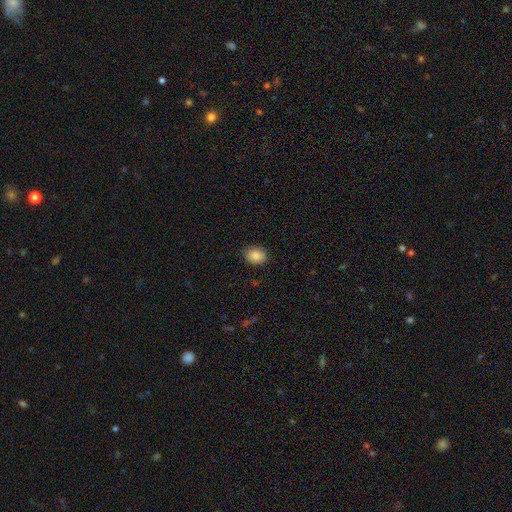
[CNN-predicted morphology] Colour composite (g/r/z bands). It shows a smooth galaxy with no disk features (88%) that is in between round and cigar-shaped (54%). Merging: none (87%).